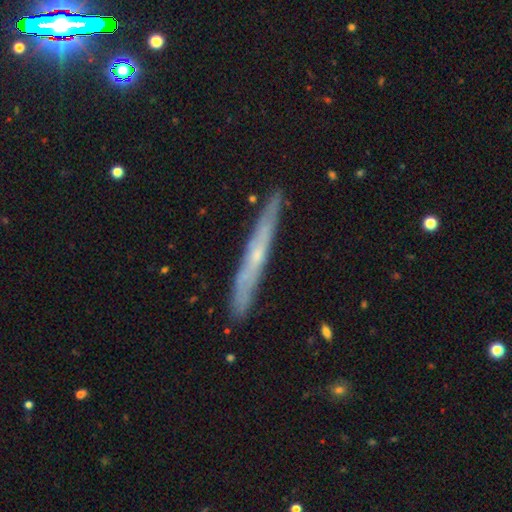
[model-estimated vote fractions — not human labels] featured or disk 67%, smooth 27%, star or artifact 7%. Down the decision tree: edge-on disk — yes (91%); edge-on bulge — none (56%); merging — none (87%).